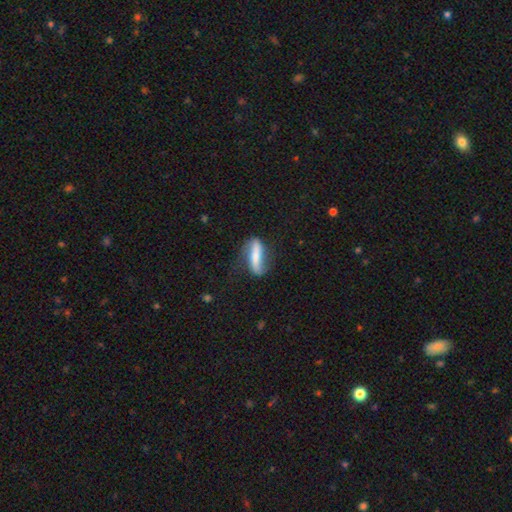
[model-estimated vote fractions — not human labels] The model was most divided on "smooth or featured": featured or disk: 51%, smooth: 42%, star or artifact: 7%. More confident: edge-on disk — no (66%); merging — none (63%).